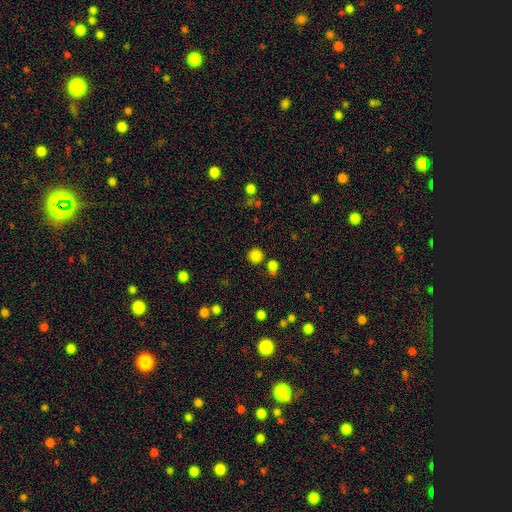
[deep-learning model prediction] Smooth or featured: smooth — 81% (star or artifact — 15%)
How rounded: round — 91% (in between — 8%)
Merging: none — 77% (minor disturbance — 10%)